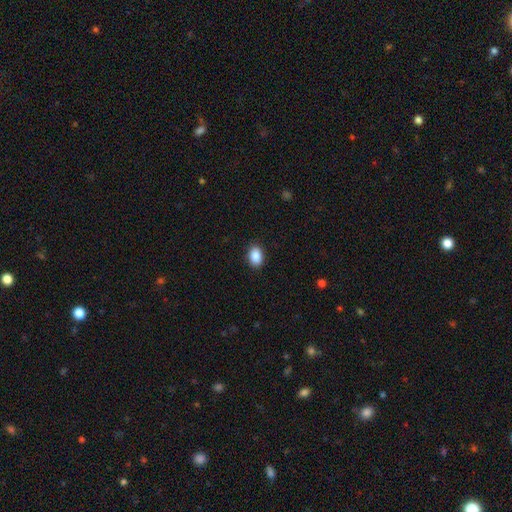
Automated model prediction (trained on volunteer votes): smooth-or-featured: smooth: 88% | star or artifact: 8% | featured or disk: 4%
  how-rounded: in between: 80% | round: 19% | cigar-shaped: 1%
  merging: none: 90% | minor disturbance: 8% | major disturbance: 2% | merger: 1%